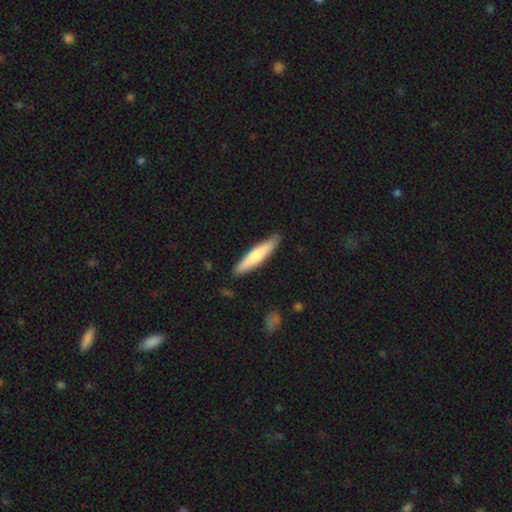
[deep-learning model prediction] Smooth or featured? Predicted: smooth (p=0.69). How rounded? Predicted: cigar-shaped (p=0.87). Merging? Predicted: none (p=0.87).